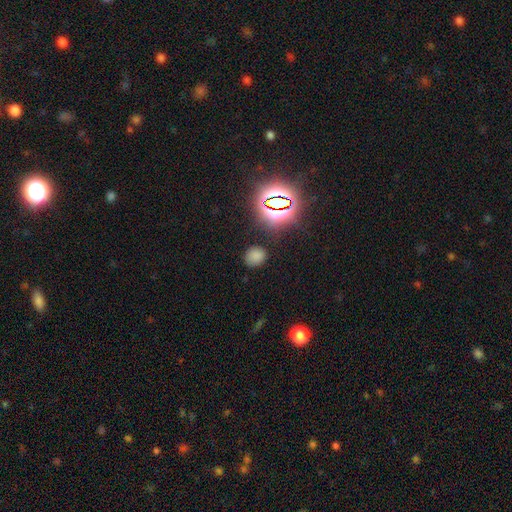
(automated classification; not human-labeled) Overall: smooth (70%). How rounded: round (73%). Merging: none (82%).